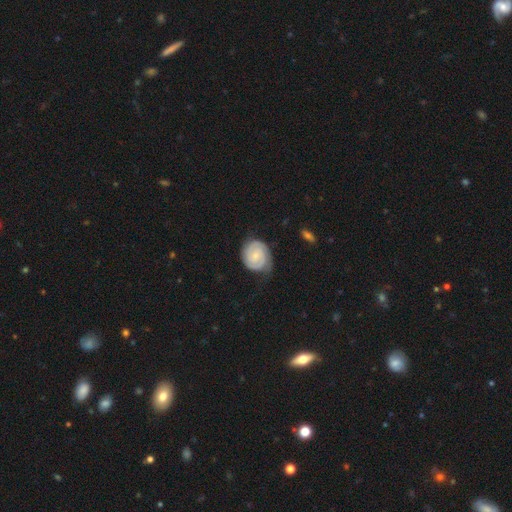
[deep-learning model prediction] A featured or disk galaxy (78%) with no bar (62%), 2 (67%) tight (74%) spiral arms (97%) and a small central bulge (66%).

Vote fractions:
- Smooth or featured? featured or disk: 78% / smooth: 16% / star or artifact: 5%
- Edge-on disk? no: 98% / yes: 2%
- Bar? no: 62% / weak: 32% / strong: 5%
- Spiral arms? yes: 97% / no: 3%
- Spiral winding? tight: 74% / medium: 21% / loose: 4%
- Spiral arm count? 2: 67% / can't tell: 13% / 3: 12% / 1: 4% / 4: 2% / more than 4: 2%
- Bulge size? small: 66% / moderate: 23% / none: 9% / large: 1% / dominant: 1%
- Merging? none: 69% / minor disturbance: 23% / major disturbance: 7% / merger: 1%